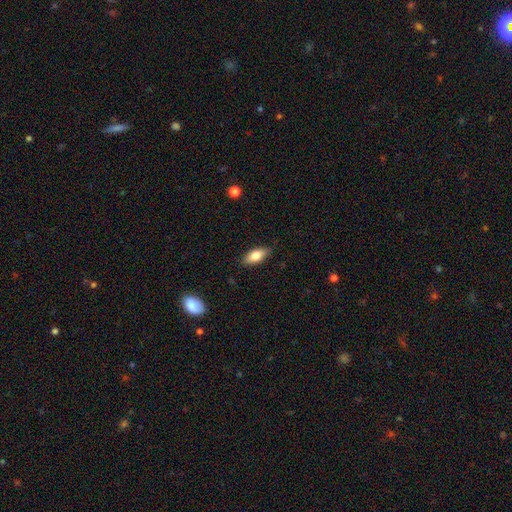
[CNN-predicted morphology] smooth 77%, featured or disk 16%, star or artifact 7%. Down the decision tree: how rounded — in between (84%); merging — none (84%).